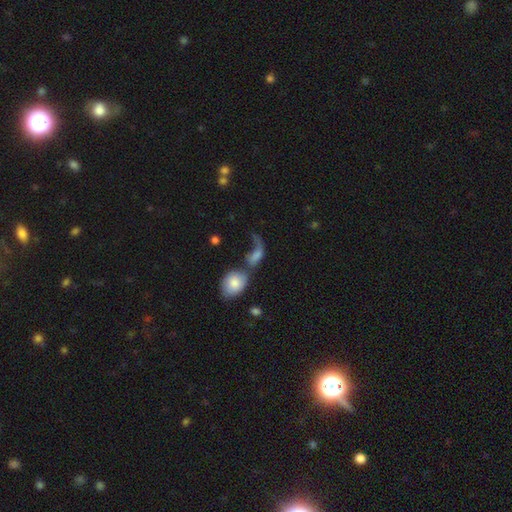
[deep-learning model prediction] smooth_or_featured: smooth (p=0.52) [alt: featured or disk p=0.32]
how_rounded: in between (p=0.65) [alt: round p=0.25]
merging: merger (p=0.44) [alt: major disturbance p=0.24]